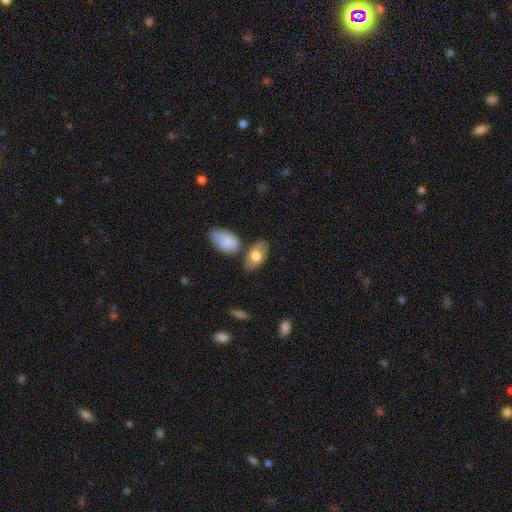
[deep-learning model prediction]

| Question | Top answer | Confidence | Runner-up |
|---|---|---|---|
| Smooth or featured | smooth | 66% | featured or disk (28%) |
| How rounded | in between | 92% | round (5%) |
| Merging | none | 64% | minor disturbance (17%) |